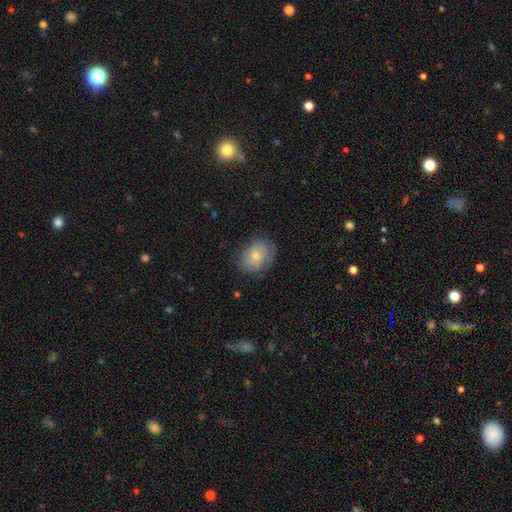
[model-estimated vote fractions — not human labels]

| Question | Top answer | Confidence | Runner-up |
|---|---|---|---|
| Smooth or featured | smooth | 65% | featured or disk (24%) |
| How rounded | in between | 62% | round (37%) |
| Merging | none | 75% | minor disturbance (18%) |